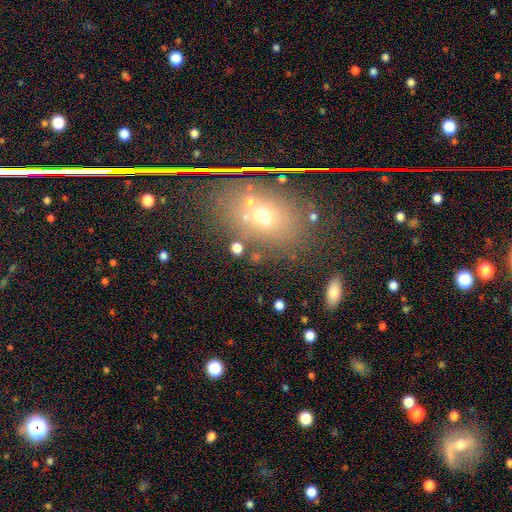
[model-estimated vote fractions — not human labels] Q: Smooth or featured?
A: smooth (43%); runner-up: star or artifact (39%)
Q: Merging?
A: none (77%); runner-up: minor disturbance (11%)